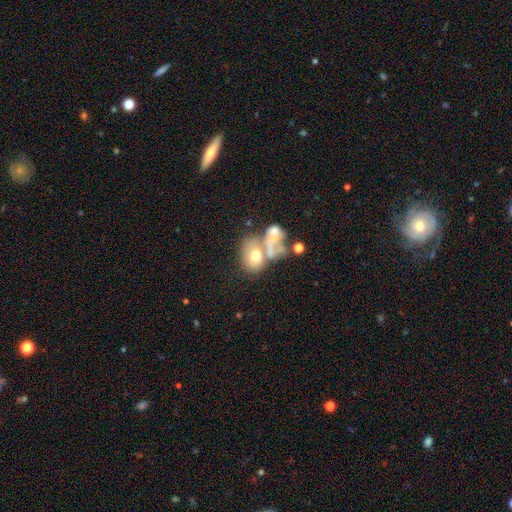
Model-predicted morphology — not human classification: This is possibly a smooth galaxy (57%). How rounded: likely in between (63%). Merging: possibly merger (54%).